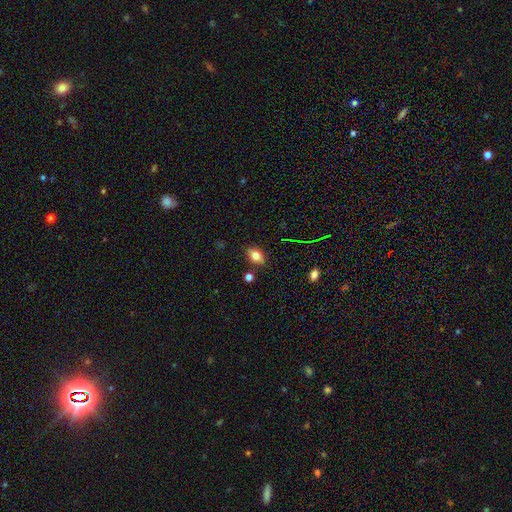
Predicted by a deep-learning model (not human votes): Morphology: type=smooth (74%); roundness=in between (79%); merging=none (81%).